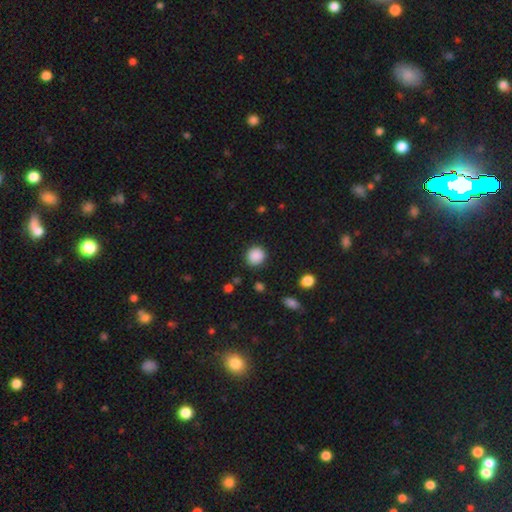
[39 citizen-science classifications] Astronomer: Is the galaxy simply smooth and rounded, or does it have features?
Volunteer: smooth — 95%.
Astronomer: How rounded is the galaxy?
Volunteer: round — 76%.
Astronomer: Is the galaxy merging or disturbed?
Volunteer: none — 85%.